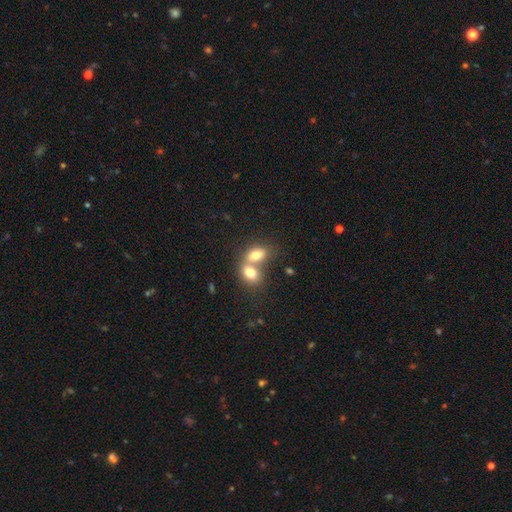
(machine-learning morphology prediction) smooth 76%, featured or disk 16%, star or artifact 9%. Down the decision tree: how rounded — in between (78%); merging — merger (70%).